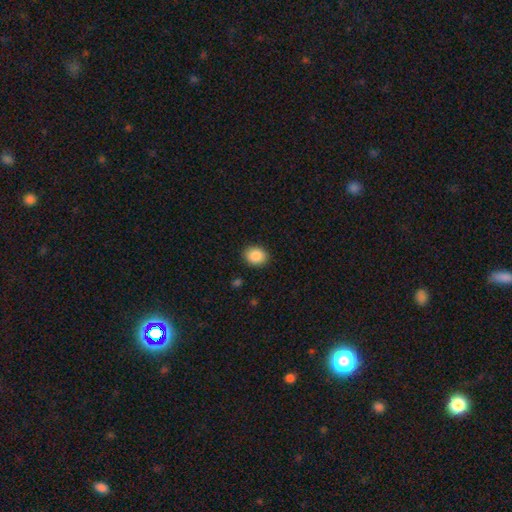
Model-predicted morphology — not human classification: type=smooth (88%); roundness=round (57%); merging=none (90%).